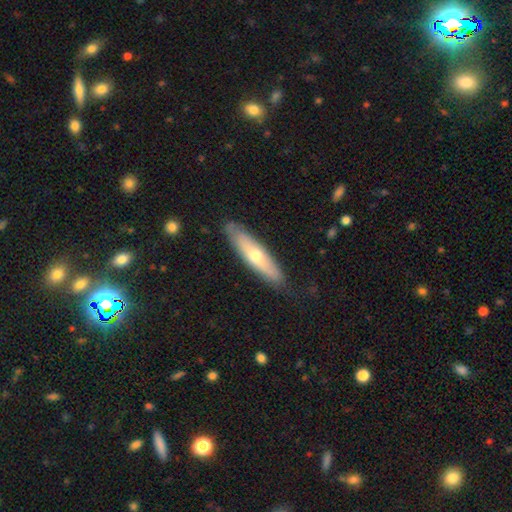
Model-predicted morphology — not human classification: This is possibly a smooth galaxy (53%). How rounded: likely cigar-shaped (70%). Merging: clearly none (82%).